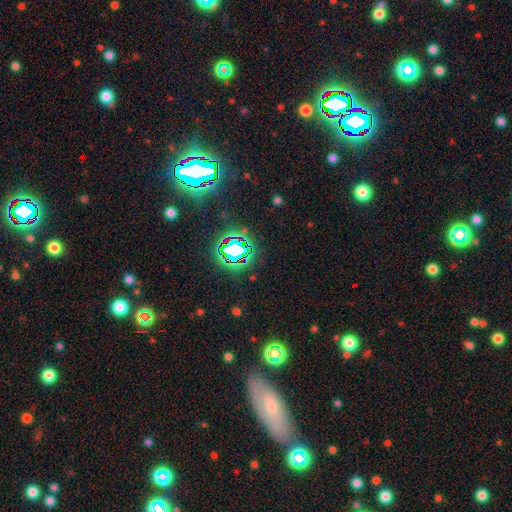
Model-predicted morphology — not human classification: Smooth or featured? Predicted: star or artifact (p=0.72).